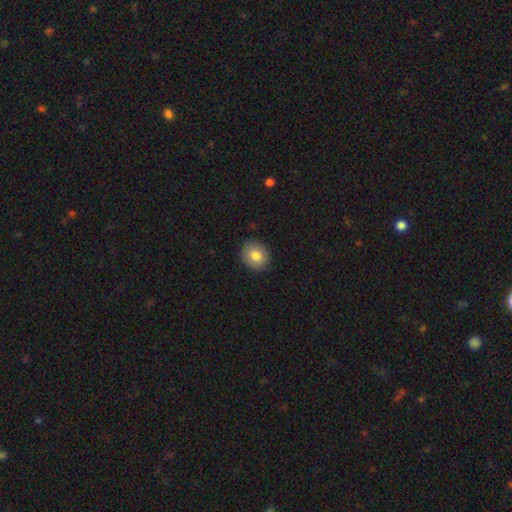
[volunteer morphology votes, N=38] Smooth or featured? 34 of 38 (89%) said smooth. How rounded? 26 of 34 (76%) said round. Merging? 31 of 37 (84%) said none.